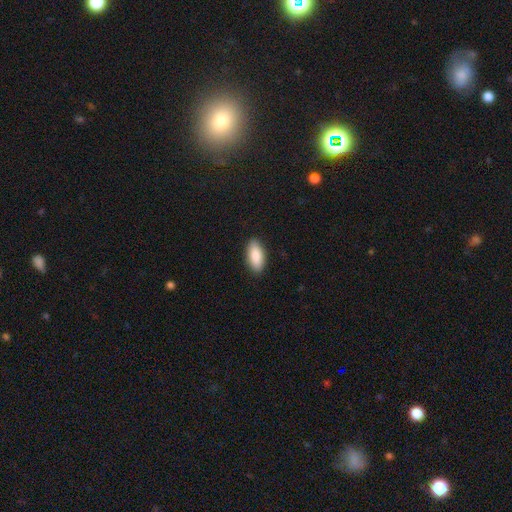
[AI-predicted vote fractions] Smooth or featured? Predicted: smooth (p=0.89). How rounded? Predicted: in between (p=0.89). Merging? Predicted: none (p=0.89).